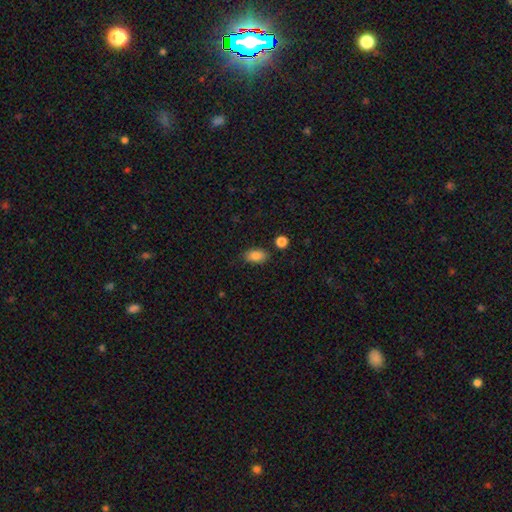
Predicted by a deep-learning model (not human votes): Q: Smooth or featured?
A: smooth (86%); runner-up: star or artifact (9%)
Q: How rounded?
A: in between (90%); runner-up: round (7%)
Q: Merging?
A: none (82%); runner-up: minor disturbance (12%)